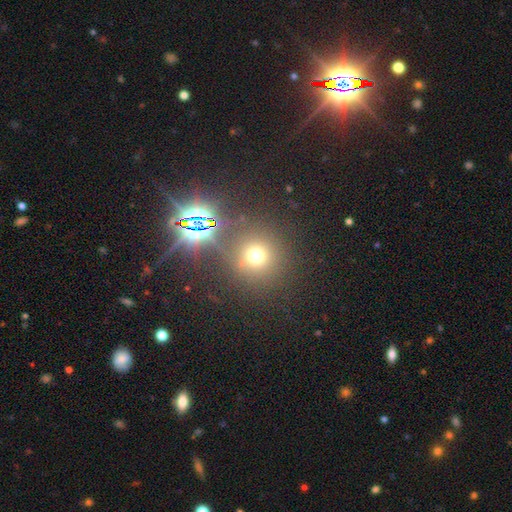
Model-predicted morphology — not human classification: The model was most divided on "smooth or featured": smooth: 61%, star or artifact: 30%, featured or disk: 9%. More confident: how rounded — round (93%); merging — none (80%).